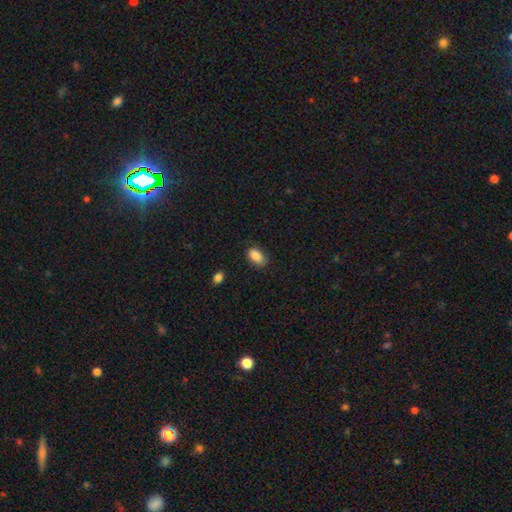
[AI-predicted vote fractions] smooth_or_featured: smooth (p=0.88) [alt: star or artifact p=0.07]
how_rounded: in between (p=0.91) [alt: round p=0.07]
merging: none (p=0.79) [alt: minor disturbance p=0.17]